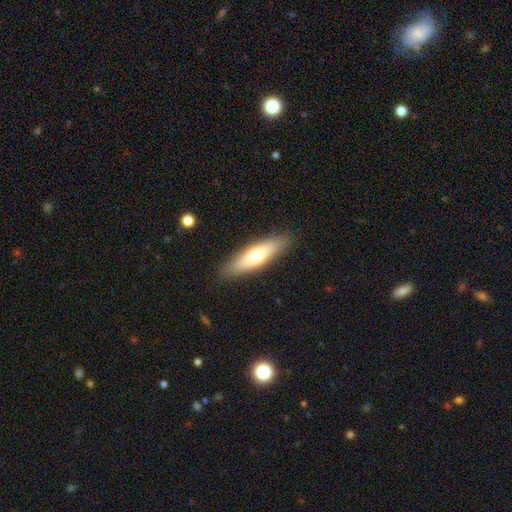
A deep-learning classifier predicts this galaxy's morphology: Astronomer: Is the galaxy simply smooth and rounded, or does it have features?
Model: smooth — 63%.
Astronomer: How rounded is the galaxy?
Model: cigar-shaped — 60% (runner-up: in between, 38%).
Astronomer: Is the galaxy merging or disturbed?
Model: none — 88%.